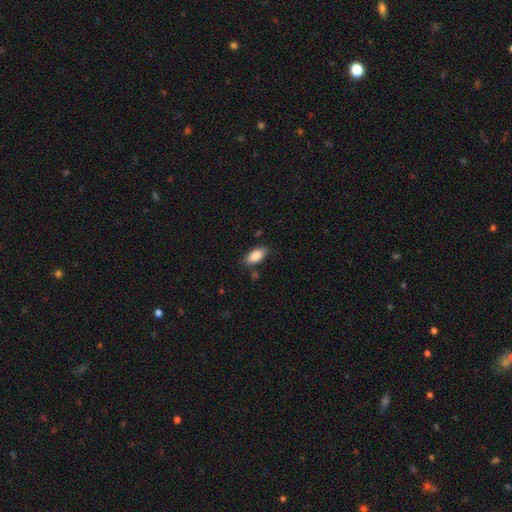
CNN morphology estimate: Smooth or featured? smooth (87%)
How rounded? in between (90%)
Merging? none (79%)